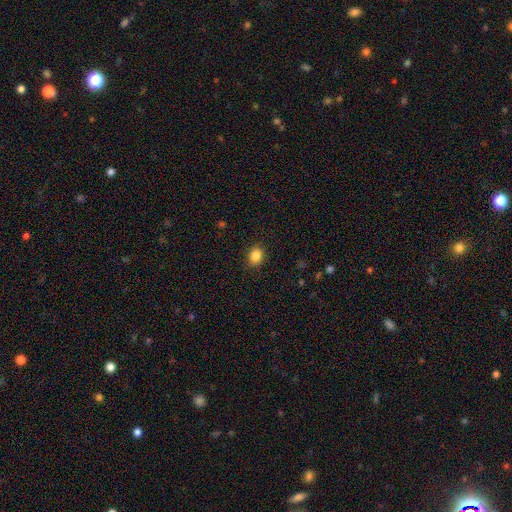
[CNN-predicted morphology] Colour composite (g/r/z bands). It shows a smooth galaxy with no disk features (86%) that is in between round and cigar-shaped (52%). Merging: none (88%).